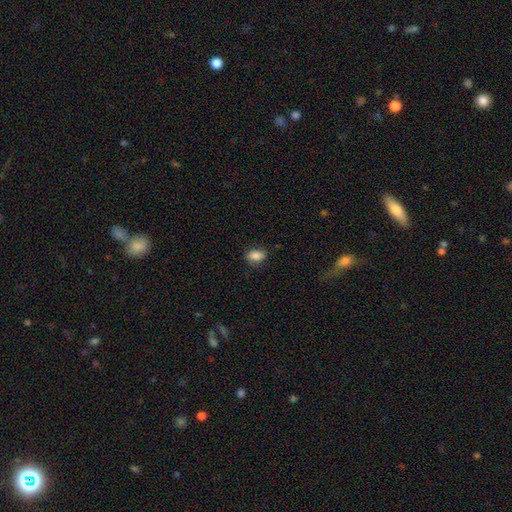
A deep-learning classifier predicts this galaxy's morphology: smooth 87%, star or artifact 8%, featured or disk 5%. Down the decision tree: how rounded — in between (85%); merging — none (80%).